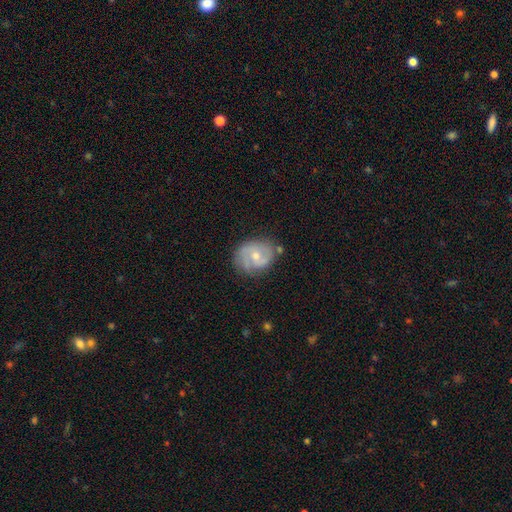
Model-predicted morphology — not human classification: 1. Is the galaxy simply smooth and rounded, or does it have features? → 72% featured or disk, 21% smooth, 6% star or artifact.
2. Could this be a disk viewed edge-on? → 97% no, 3% yes.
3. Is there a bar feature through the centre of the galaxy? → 47% no, 44% weak, 9% strong.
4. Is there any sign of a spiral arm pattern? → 89% yes, 11% no.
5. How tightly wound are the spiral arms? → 47% medium, 32% tight, 21% loose.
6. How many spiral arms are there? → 72% 2, 13% can't tell, 6% 3, 5% 1, 2% 4, 1% more than 4.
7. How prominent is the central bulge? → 48% moderate (tied), 48% small (tied), 1% large, 1% none, 1% dominant.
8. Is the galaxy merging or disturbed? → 65% none, 23% minor disturbance, 8% major disturbance, 4% merger.